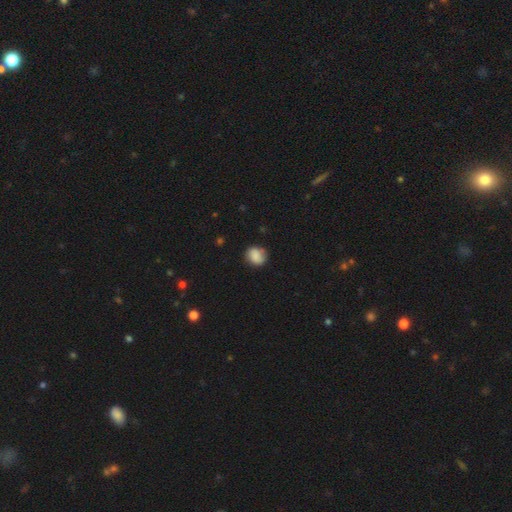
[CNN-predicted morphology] Q: Smooth or featured?
A: smooth (78%); runner-up: featured or disk (13%)
Q: How rounded?
A: round (71%); runner-up: in between (28%)
Q: Merging?
A: none (74%); runner-up: minor disturbance (19%)